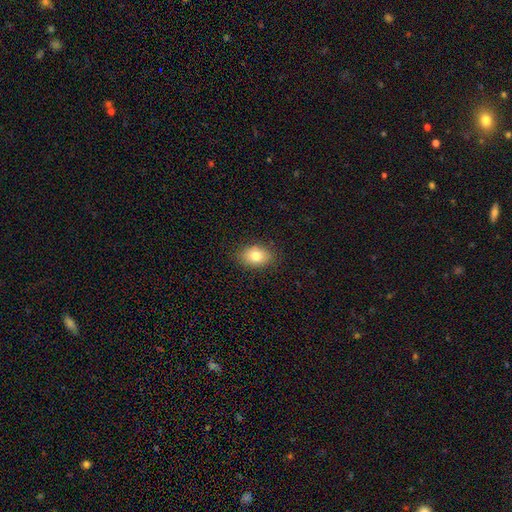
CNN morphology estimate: Smooth or featured? Predicted: smooth (p=0.80). How rounded? Predicted: in between (p=0.80). Merging? Predicted: none (p=0.87).